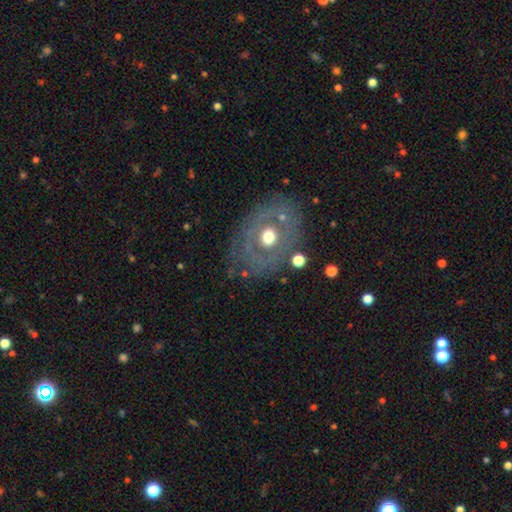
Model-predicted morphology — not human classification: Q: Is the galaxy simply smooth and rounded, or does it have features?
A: featured or disk — 65%.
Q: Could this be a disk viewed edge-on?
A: no — 94%.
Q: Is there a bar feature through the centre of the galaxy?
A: no — 84%.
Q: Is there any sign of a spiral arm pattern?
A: no — 64%.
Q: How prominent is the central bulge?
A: moderate — 76%.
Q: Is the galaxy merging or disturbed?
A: none — 76%.